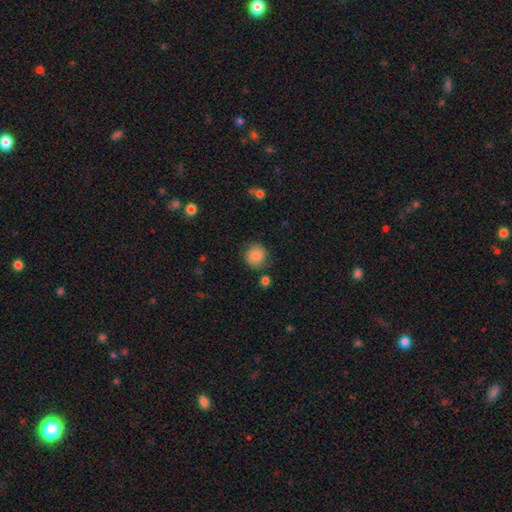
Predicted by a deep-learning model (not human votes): Morphology: type=smooth (85%); roundness=round (88%); merging=none (83%).